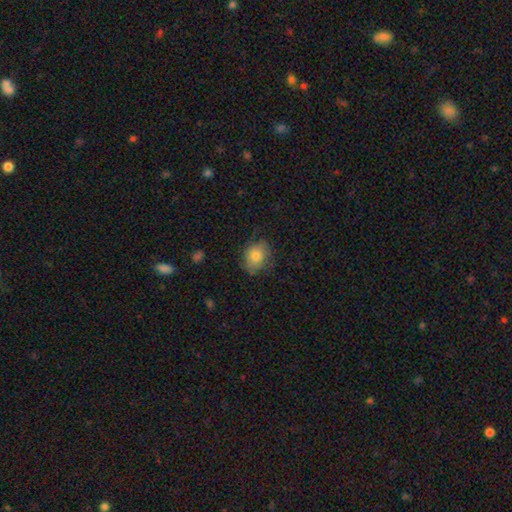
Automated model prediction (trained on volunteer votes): Smooth or featured?
  - smooth: 80% *
  - featured or disk: 12%
  - star or artifact: 8%
How rounded?
  - round: 53% *
  - in between: 46%
  - cigar-shaped: 1%
Merging?
  - none: 70% *
  - minor disturbance: 22%
  - major disturbance: 6%
  - merger: 1%